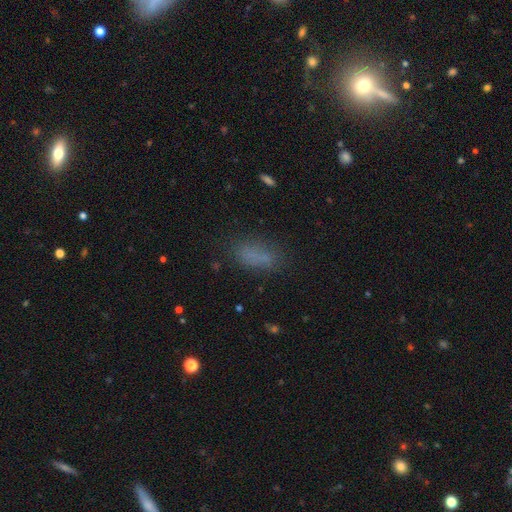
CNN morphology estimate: A smooth galaxy with no disk features (76%) that is in between round and cigar-shaped (78%). Merging: none (71%).